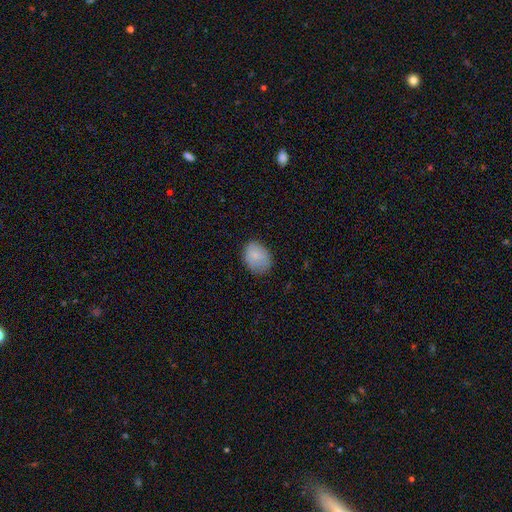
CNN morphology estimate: The model was most divided on "how rounded": in between: 61%, round: 38%, cigar-shaped: 1%. More confident: smooth or featured — smooth (80%); merging — none (75%).